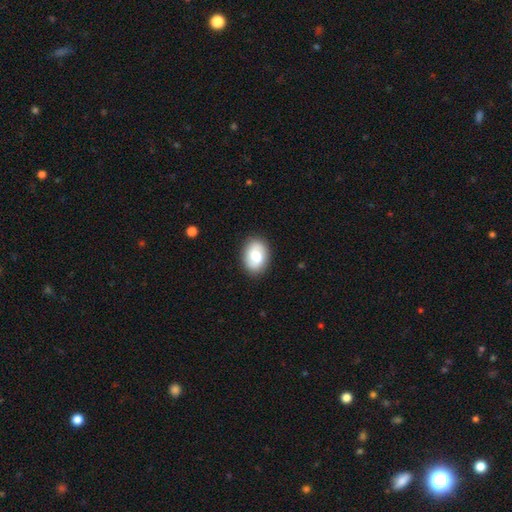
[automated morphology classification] smooth 65%, featured or disk 29%, star or artifact 7%. Down the decision tree: how rounded — in between (78%); merging — none (86%).